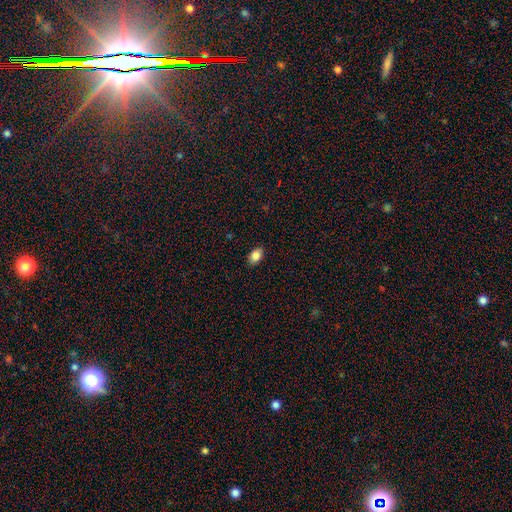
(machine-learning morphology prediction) Smooth or featured?
  - smooth: 86% *
  - star or artifact: 9%
  - featured or disk: 6%
How rounded?
  - in between: 84% *
  - round: 14%
  - cigar-shaped: 1%
Merging?
  - none: 88% *
  - minor disturbance: 9%
  - major disturbance: 2%
  - merger: 1%